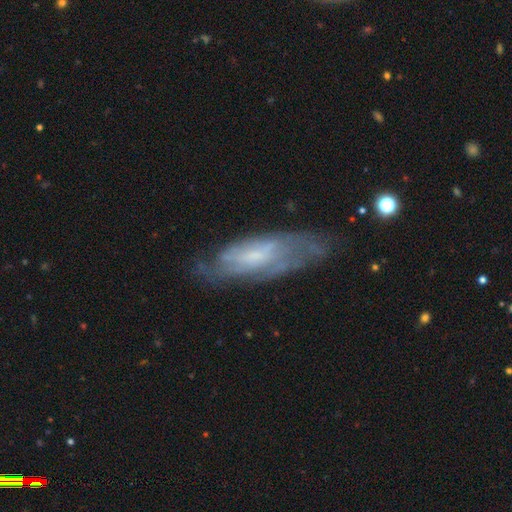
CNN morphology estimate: smooth_or_featured: featured or disk (p=0.64) [alt: smooth p=0.28]
disk_edge_on: no (p=0.77) [alt: yes p=0.23]
merging: none (p=0.62) [alt: minor disturbance p=0.25]